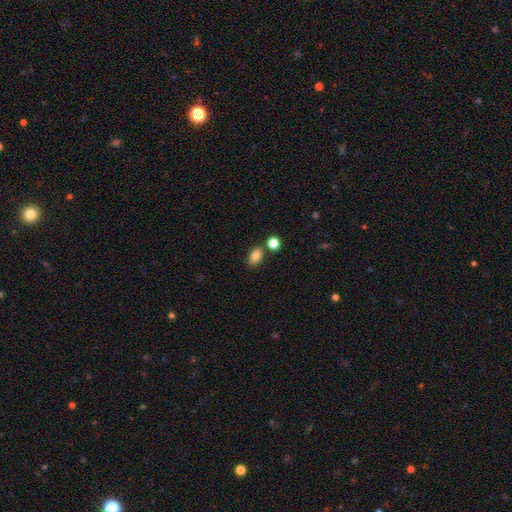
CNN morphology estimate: This is clearly a smooth galaxy (82%). How rounded: clearly in between (83%). Merging: likely none (76%).